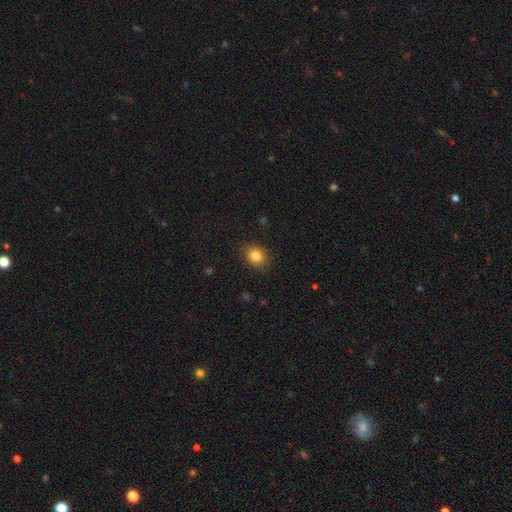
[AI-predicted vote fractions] Smooth or featured? smooth (84%)
How rounded? round (65%)
Merging? none (87%)